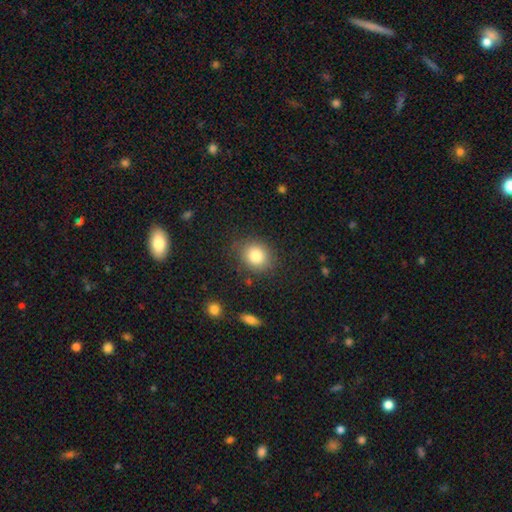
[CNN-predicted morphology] smooth 83%, star or artifact 10%, featured or disk 7%. Down the decision tree: how rounded — round (71%); merging — none (83%).